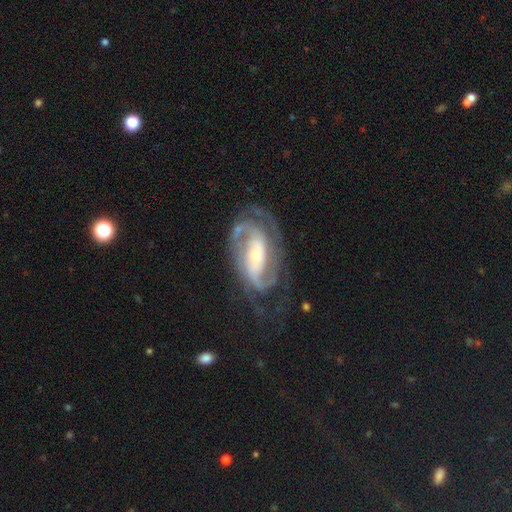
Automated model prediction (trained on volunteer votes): Smooth or featured? featured or disk (89%)
Edge-on disk? no (96%)
Bar? no (39%)
Spiral arms? yes (96%)
Spiral winding? tight (47%)
Spiral arm count? 2 (62%)
Bulge size? small (59%)
Merging? none (61%)